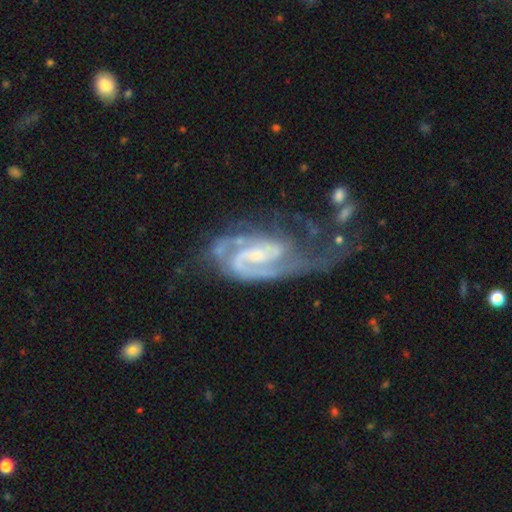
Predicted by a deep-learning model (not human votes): A featured or disk galaxy (91%) with a weak bar (48%), 2 (67%) medium (47%) spiral arms (98%) and a small central bulge (54%). Merging: none (36%, tied with major disturbance).